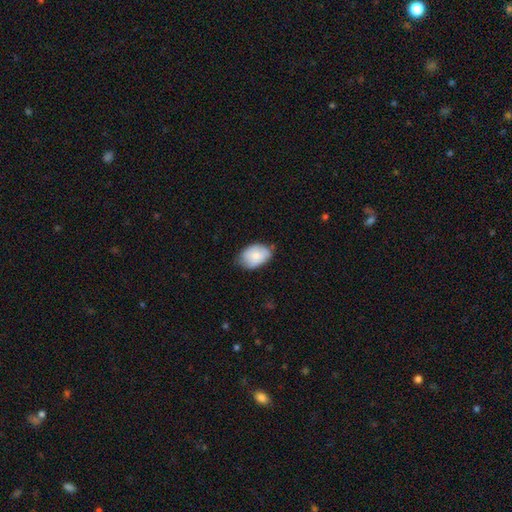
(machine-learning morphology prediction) smooth_or_featured: smooth (p=0.74) [alt: featured or disk p=0.20]
how_rounded: in between (p=0.85) [alt: round p=0.14]
merging: none (p=0.60) [alt: minor disturbance p=0.33]